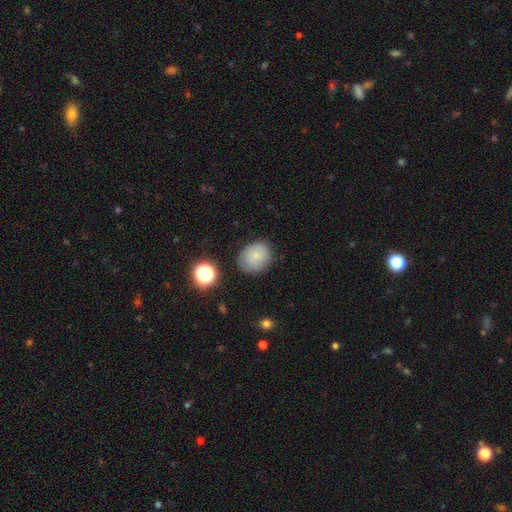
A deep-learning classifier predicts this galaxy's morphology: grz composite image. It shows a smooth galaxy with no disk features (78%) that is round (62%). Merging: none (78%).